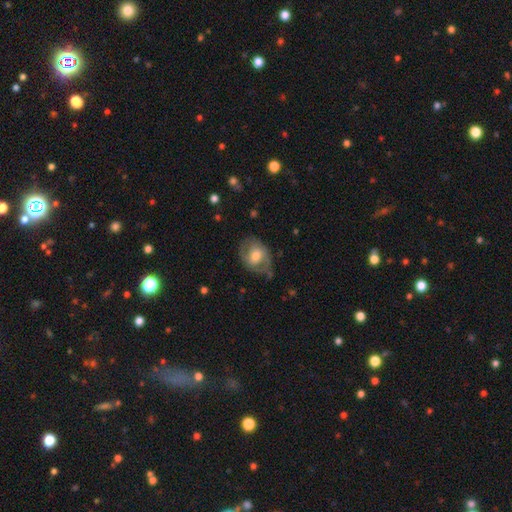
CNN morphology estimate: smooth-or-featured: featured or disk: 48% | smooth: 45% | star or artifact: 7%
  merging: none: 56% | minor disturbance: 27% | major disturbance: 15% | merger: 2%